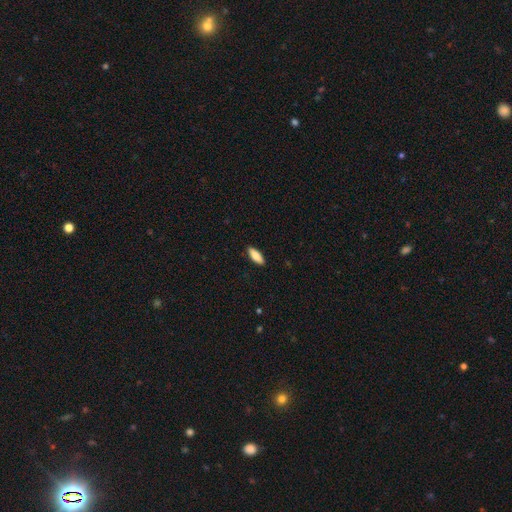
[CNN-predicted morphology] This appears to be a smooth galaxy with no disk features (84%) that is in between round and cigar-shaped (68%). Merging: none (90%).